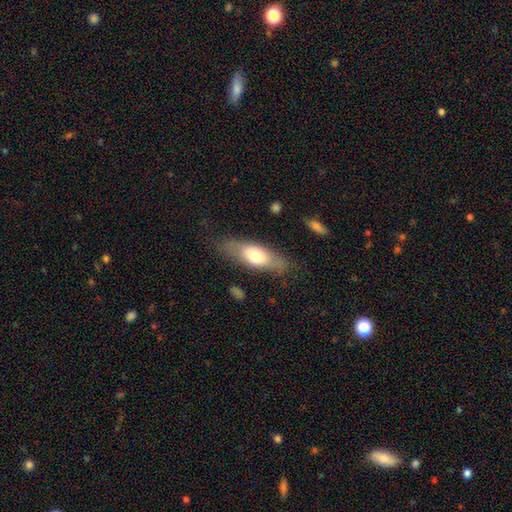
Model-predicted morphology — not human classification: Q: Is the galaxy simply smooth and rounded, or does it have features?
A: smooth — 63%.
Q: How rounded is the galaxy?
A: in between — 68%.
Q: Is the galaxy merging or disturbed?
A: none — 74%.